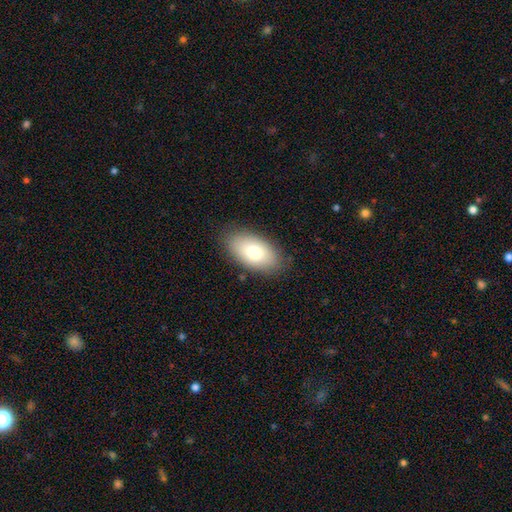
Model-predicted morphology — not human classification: Smooth or featured: smooth — 79% (featured or disk — 14%)
How rounded: in between — 94% (round — 4%)
Merging: none — 83% (minor disturbance — 12%)